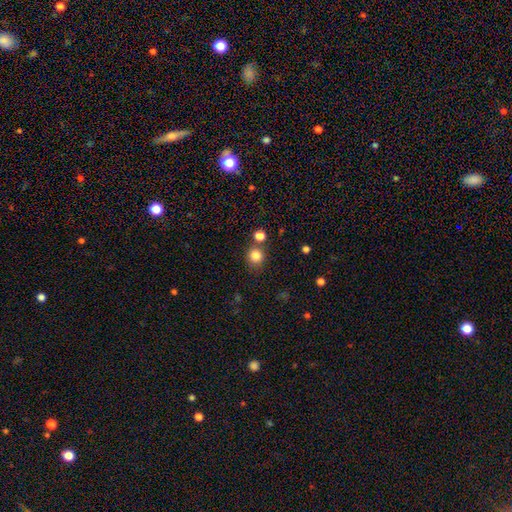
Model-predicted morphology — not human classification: Smooth or featured? Predicted: smooth (p=0.83). How rounded? Predicted: round (p=0.87). Merging? Predicted: none (p=0.77).